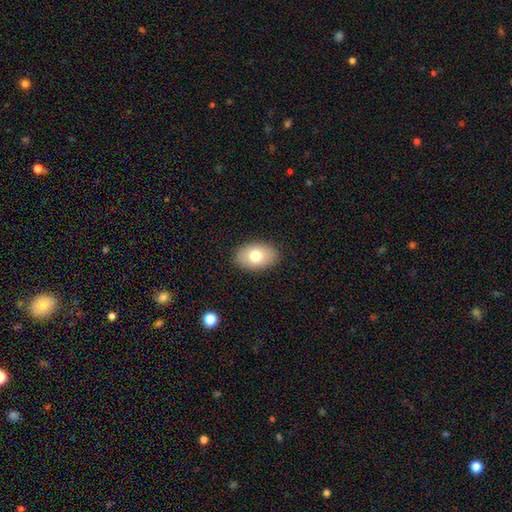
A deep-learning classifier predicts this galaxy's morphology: This appears to be a smooth galaxy with no disk features (75%) that is in between round and cigar-shaped (88%). Merging: none (88%).